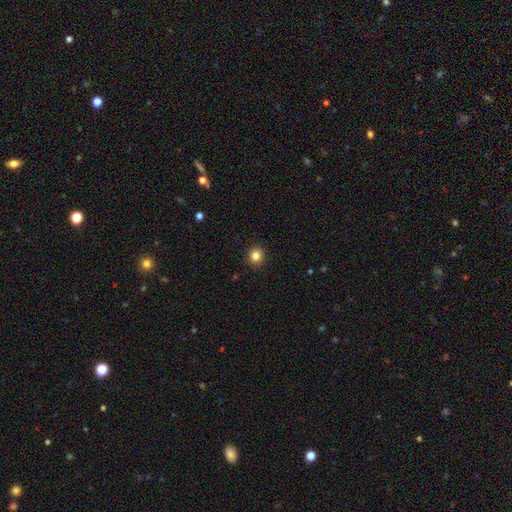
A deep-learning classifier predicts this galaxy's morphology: This appears to be a smooth galaxy with no disk features (84%) that is round (87%). Merging: none (92%).